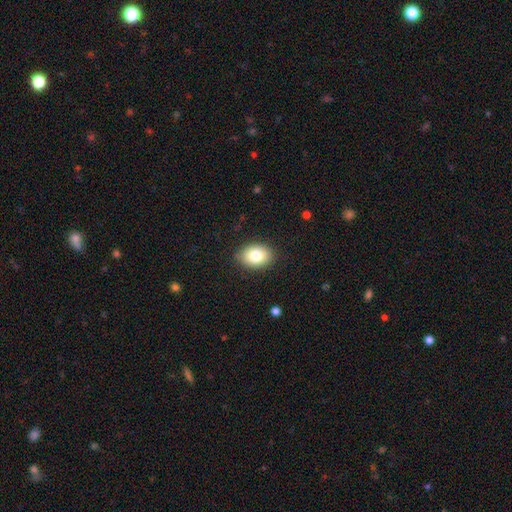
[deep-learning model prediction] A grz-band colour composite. It shows a smooth galaxy with no disk features (83%) that is in between round and cigar-shaped (75%). Merging: none (87%).